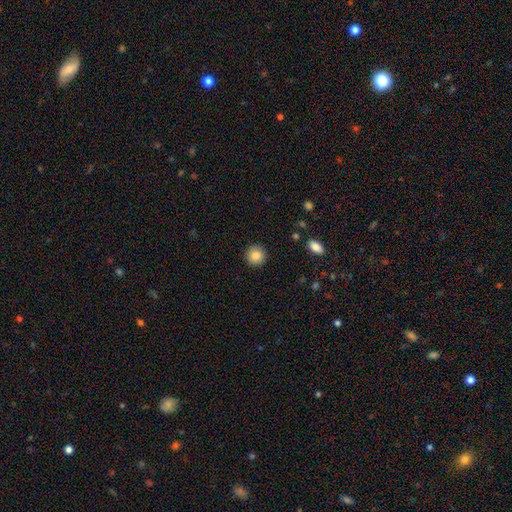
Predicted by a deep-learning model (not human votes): Smooth or featured? Predicted: smooth (p=0.86). How rounded? Predicted: round (p=0.94). Merging? Predicted: none (p=0.92).